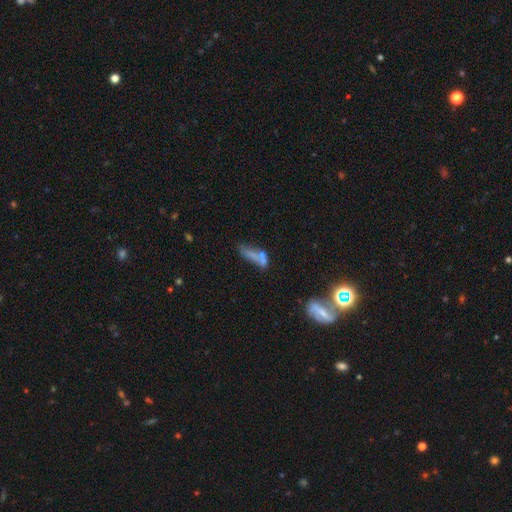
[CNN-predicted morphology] Smooth or featured?
  - smooth: 54% *
  - featured or disk: 31%
  - star or artifact: 15%
How rounded?
  - in between: 51% *
  - cigar-shaped: 44%
  - round: 5%
Merging?
  - merger: 33% *
  - none: 30%
  - minor disturbance: 18%
  - major disturbance: 18%